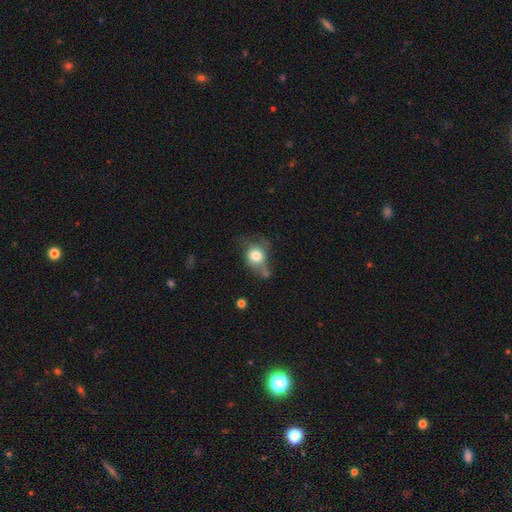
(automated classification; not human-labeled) Morphology: type=smooth (71%); roundness=round (58%); merging=none (32%).